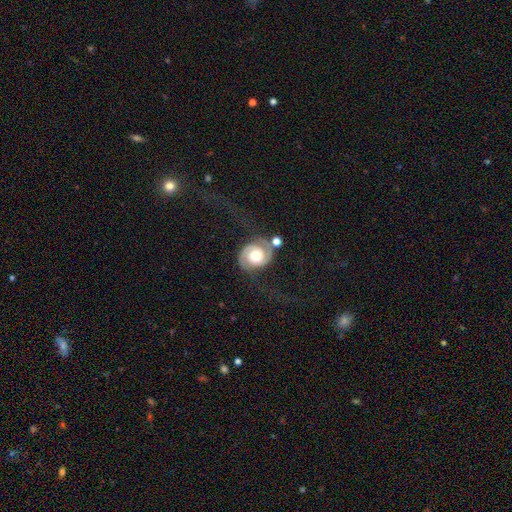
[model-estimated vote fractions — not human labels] Smooth or featured? Predicted: featured or disk (p=0.81). Edge-on disk? Predicted: no (p=0.98). Bar? Predicted: no (p=0.70). Spiral arms? Predicted: yes (p=0.96). Spiral winding? Predicted: medium (p=0.39). Spiral arm count? Predicted: 2 (p=0.90). Bulge size? Predicted: moderate (p=0.47). Merging? Predicted: none (p=0.48).